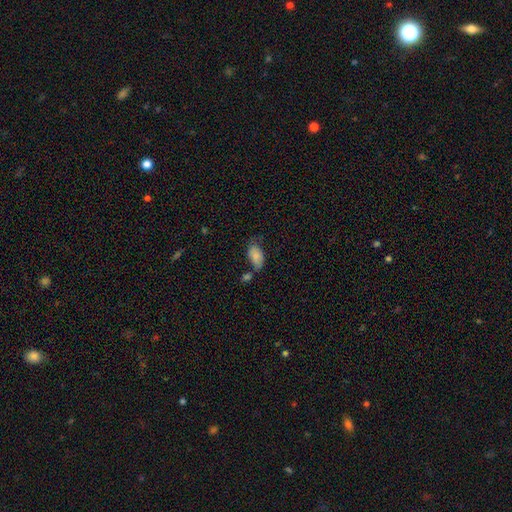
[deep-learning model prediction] Smooth or featured? smooth (82%)
How rounded? in between (94%)
Merging? none (44%)